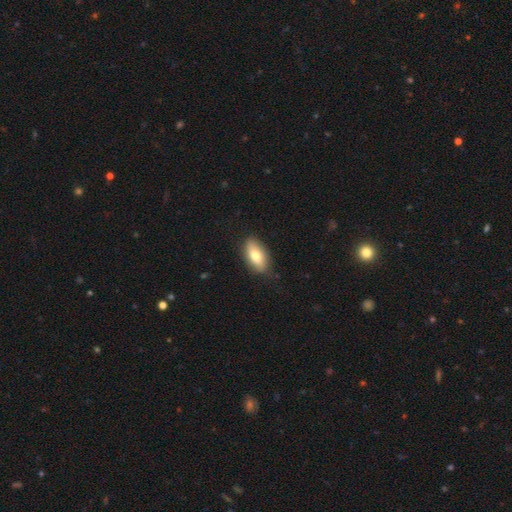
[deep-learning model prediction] A smooth galaxy with no disk features (75%) that is in between round and cigar-shaped (90%).

Vote fractions:
- Smooth or featured? smooth: 75% / featured or disk: 19% / star or artifact: 6%
- How rounded? in between: 90% / cigar-shaped: 7% / round: 4%
- Merging? none: 83% / minor disturbance: 14% / major disturbance: 3% / merger: 1%